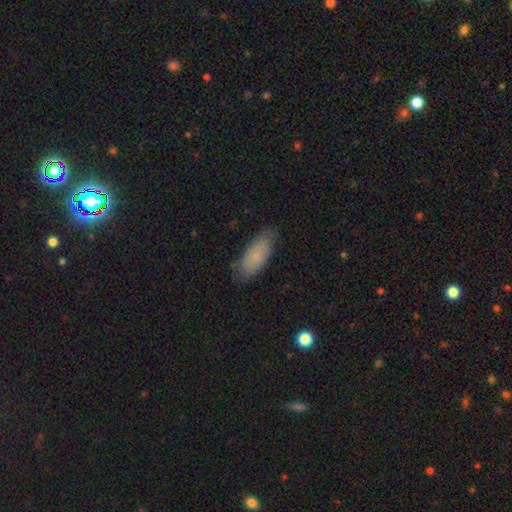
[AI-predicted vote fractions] Smooth or featured? smooth (77%)
How rounded? in between (80%)
Merging? none (77%)